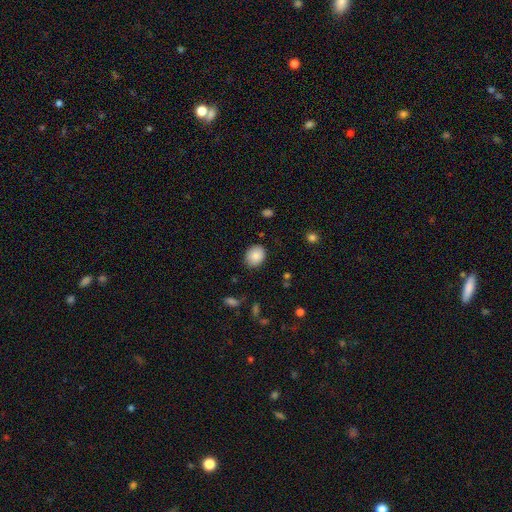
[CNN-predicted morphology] A smooth galaxy with no disk features (85%) that is round (50%).

Vote fractions:
- Smooth or featured? smooth: 85% / star or artifact: 8% / featured or disk: 7%
- How rounded? round: 50% / in between: 49% / cigar-shaped: 1%
- Merging? none: 85% / minor disturbance: 11% / major disturbance: 3% / merger: 1%